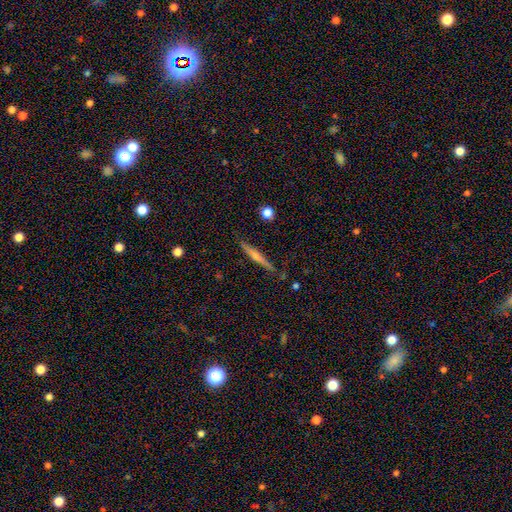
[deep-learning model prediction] Smooth or featured?
  - featured or disk: 63% *
  - smooth: 24%
  - star or artifact: 13%
Edge-on disk?
  - yes: 96% *
  - no: 4%
Edge-on bulge?
  - rounded: 75% *
  - none: 17%
  - boxy: 8%
Merging?
  - none: 88% *
  - minor disturbance: 8%
  - major disturbance: 2%
  - merger: 2%